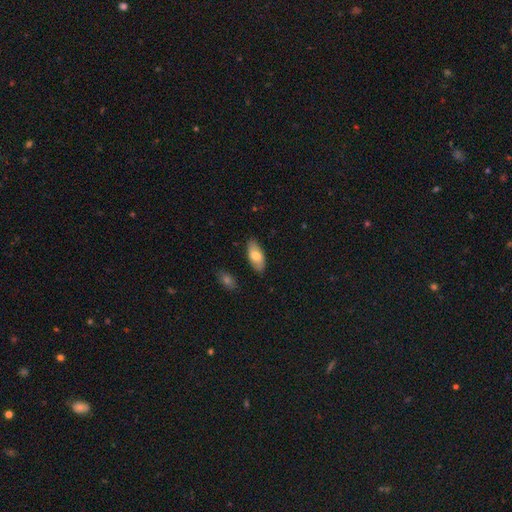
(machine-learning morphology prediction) The model was most divided on "smooth or featured": smooth: 75%, featured or disk: 19%, star or artifact: 6%. More confident: how rounded — in between (90%); merging — none (85%).